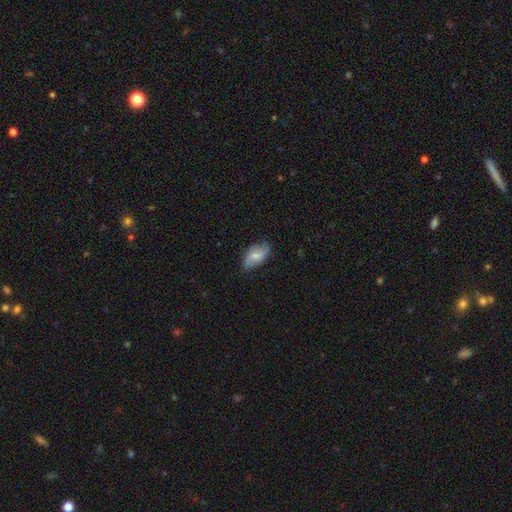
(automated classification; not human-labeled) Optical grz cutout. It shows a smooth galaxy with no disk features (47%). Merging: none (68%).